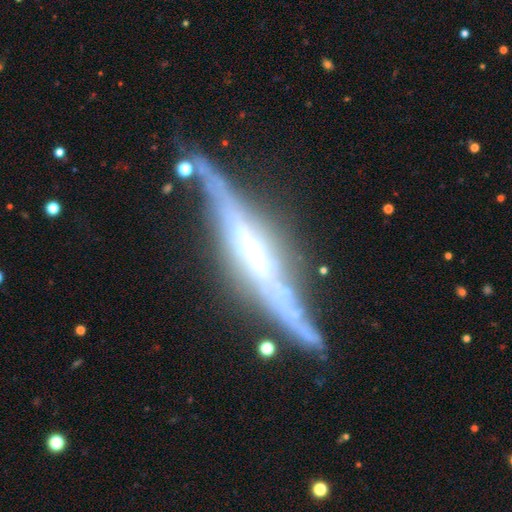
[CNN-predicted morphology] Q: Smooth or featured?
A: featured or disk (84%); runner-up: smooth (9%)
Q: Edge-on disk?
A: yes (92%); runner-up: no (8%)
Q: Edge-on bulge?
A: rounded (39%); runner-up: none (37%)
Q: Merging?
A: none (74%); runner-up: minor disturbance (17%)